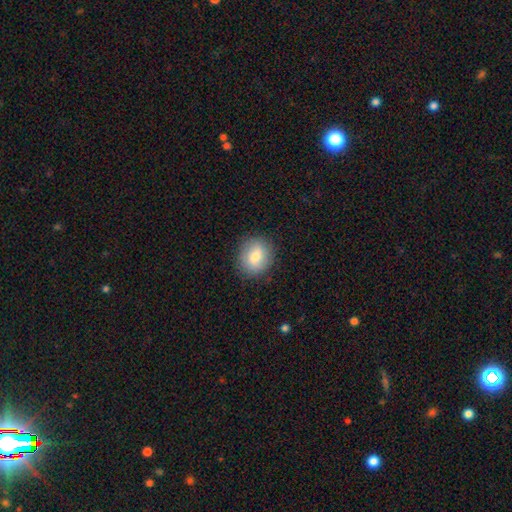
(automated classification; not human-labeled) Smooth or featured? Predicted: smooth (p=0.76). How rounded? Predicted: round (p=0.73). Merging? Predicted: none (p=0.86).